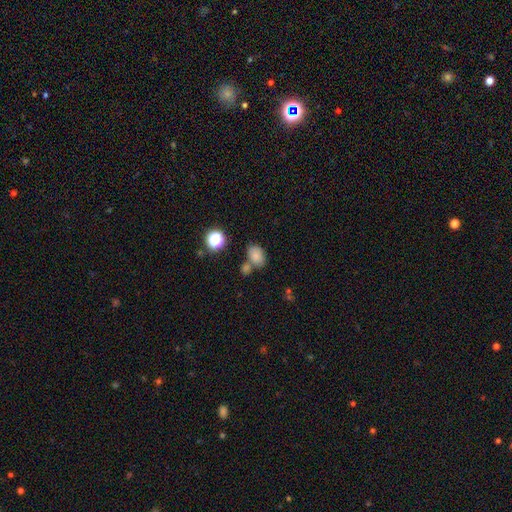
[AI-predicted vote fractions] Smooth or featured? Predicted: smooth (p=0.79). How rounded? Predicted: in between (p=0.74). Merging? Predicted: none (p=0.54).